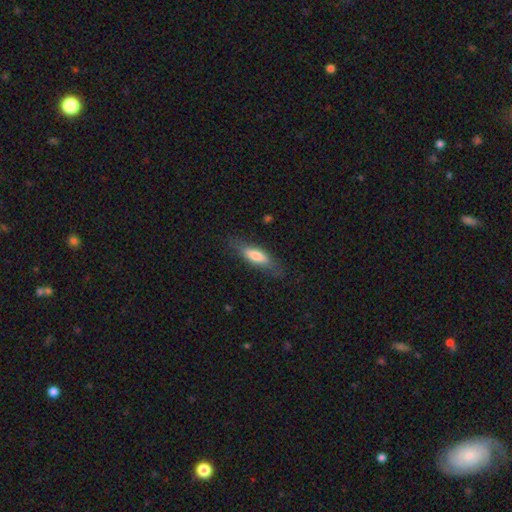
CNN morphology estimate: smooth-or-featured: smooth: 70% | featured or disk: 24% | star or artifact: 6%
  how-rounded: cigar-shaped: 54% | in between: 44% | round: 2%
  merging: none: 73% | minor disturbance: 19% | major disturbance: 7% | merger: 1%